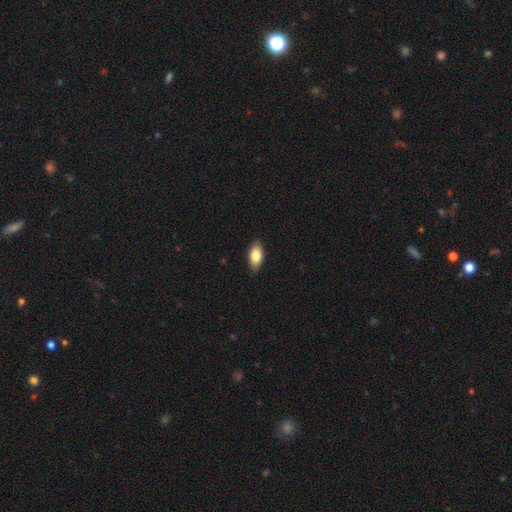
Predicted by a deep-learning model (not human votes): smooth-or-featured: smooth: 84% | featured or disk: 10% | star or artifact: 6%
  how-rounded: in between: 91% | cigar-shaped: 6% | round: 3%
  merging: none: 88% | minor disturbance: 9% | major disturbance: 2% | merger: 1%